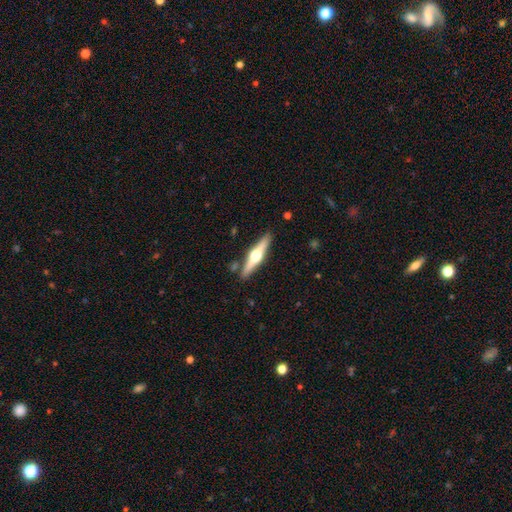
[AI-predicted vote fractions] The model was most divided on "smooth or featured": featured or disk: 74%, smooth: 21%, star or artifact: 5%. More confident: edge-on disk — yes (98%); edge-on bulge — rounded (96%); merging — none (88%).